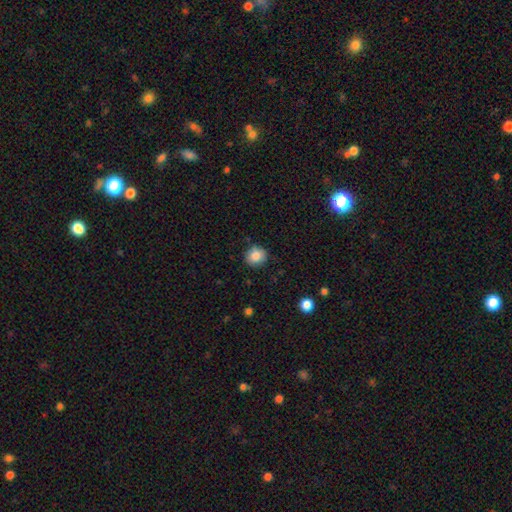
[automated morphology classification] A smooth galaxy with no disk features (85%) that is round (84%). Merging: none (86%).